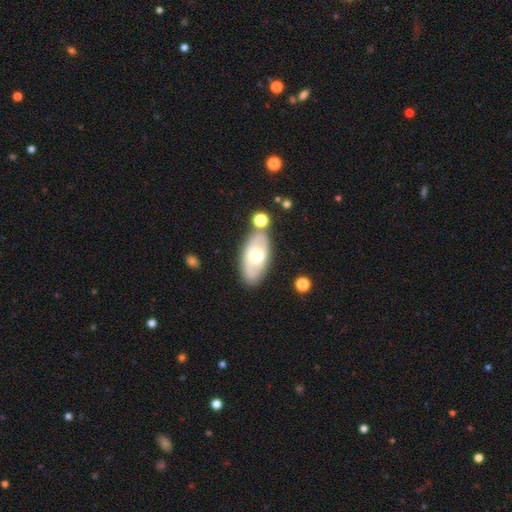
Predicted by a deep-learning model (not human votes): The model was most divided on "smooth or featured": featured or disk: 50%, smooth: 44%, star or artifact: 6%. More confident: edge-on disk — no (83%); merging — none (74%).